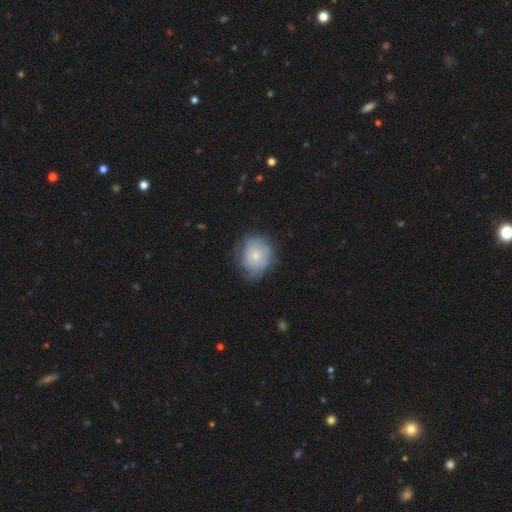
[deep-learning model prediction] Smooth or featured?
  - smooth: 61% *
  - featured or disk: 31%
  - star or artifact: 8%
How rounded?
  - round: 75% *
  - in between: 25%
  - cigar-shaped: 1%
Merging?
  - none: 59% *
  - minor disturbance: 29%
  - major disturbance: 10%
  - merger: 2%